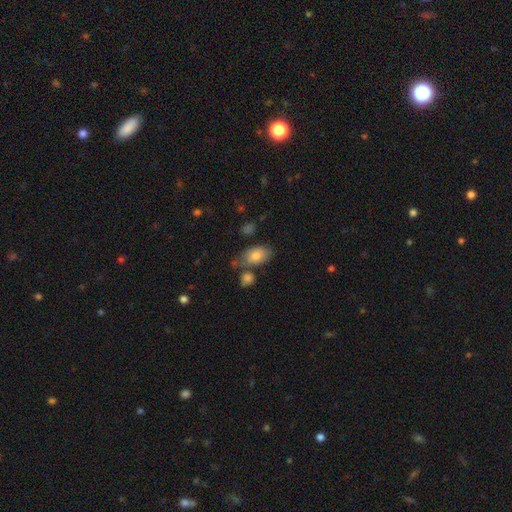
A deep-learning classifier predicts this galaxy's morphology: smooth_or_featured: smooth (p=0.80) [alt: featured or disk p=0.13]
how_rounded: in between (p=0.90) [alt: round p=0.08]
merging: none (p=0.60) [alt: minor disturbance p=0.18]